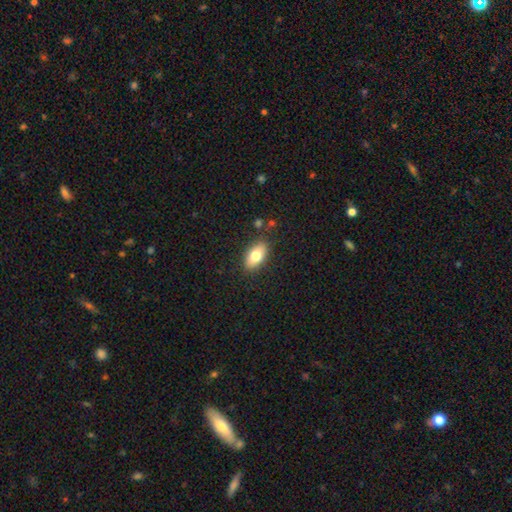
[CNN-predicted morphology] type=smooth (76%); roundness=in between (90%); merging=none (85%).